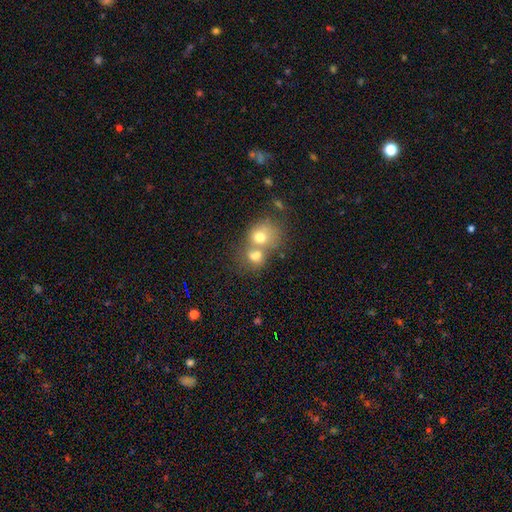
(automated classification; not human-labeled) Morphology: type=smooth (68%); roundness=round (62%); merging=merger (66%).